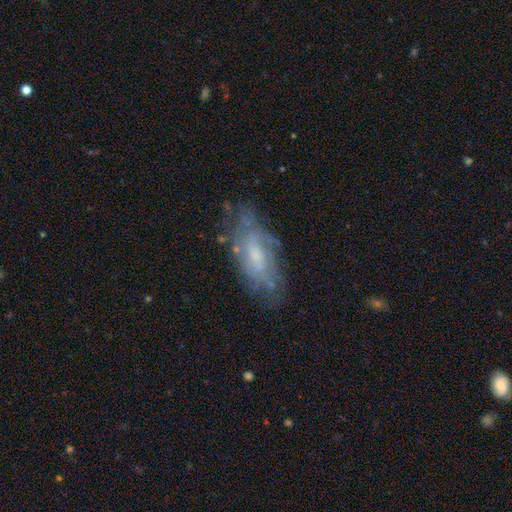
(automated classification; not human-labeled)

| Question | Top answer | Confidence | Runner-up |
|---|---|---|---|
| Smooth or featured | featured or disk | 66% | smooth (26%) |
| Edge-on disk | no | 87% | yes (13%) |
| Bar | no | 52% | weak (40%) |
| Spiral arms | yes | 75% | no (25%) |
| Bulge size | small | 43% | moderate (38%) |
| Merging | none | 65% | minor disturbance (23%) |